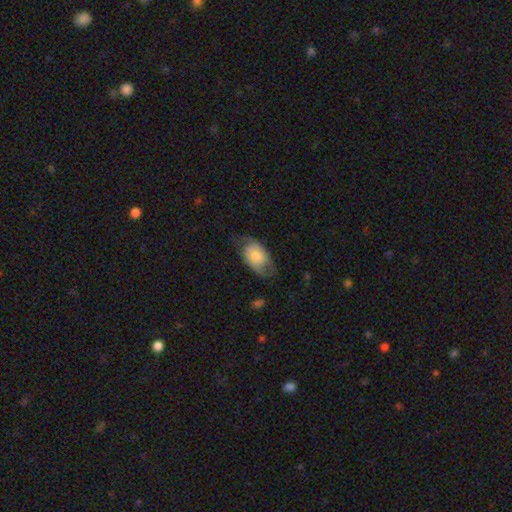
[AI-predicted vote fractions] Morphology: type=smooth (61%); roundness=in between (88%); merging=none (49%).